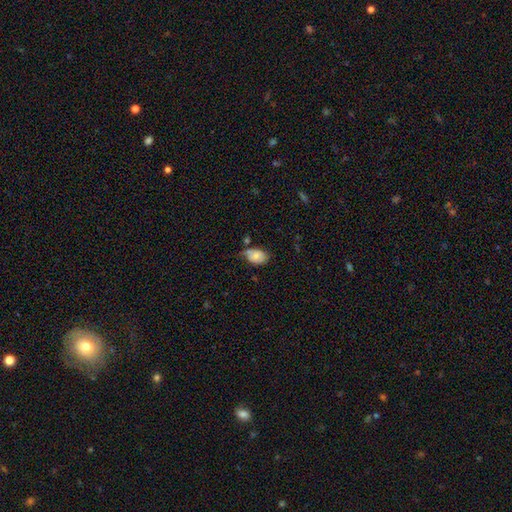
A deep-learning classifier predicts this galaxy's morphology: Smooth or featured: smooth — 76% (featured or disk — 16%)
How rounded: in between — 85% (round — 14%)
Merging: none — 47% (minor disturbance — 33%)